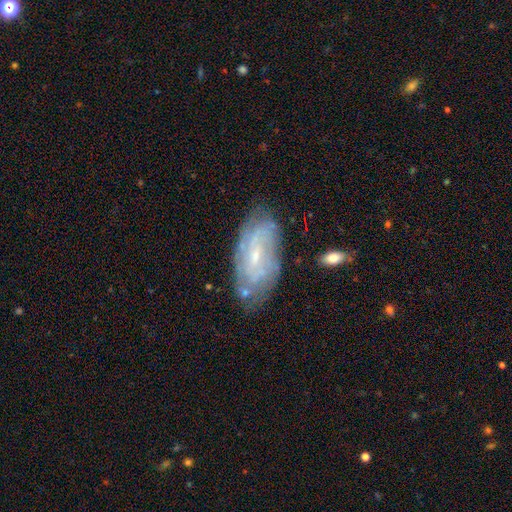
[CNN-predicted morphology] Smooth or featured? featured or disk (73%)
Edge-on disk? no (92%)
Bar? weak (47%)
Spiral arms? yes (81%)
Spiral winding? tight (60%)
Spiral arm count? can't tell (55%)
Bulge size? small (71%)
Merging? none (69%)